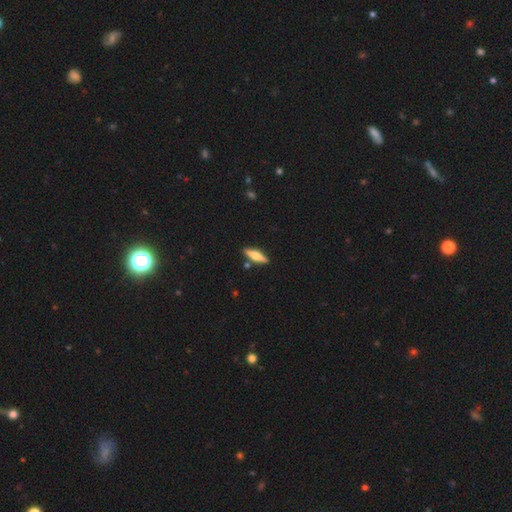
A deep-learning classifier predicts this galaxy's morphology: This appears to be a featured or disk galaxy (50%). Merging: none (86%).